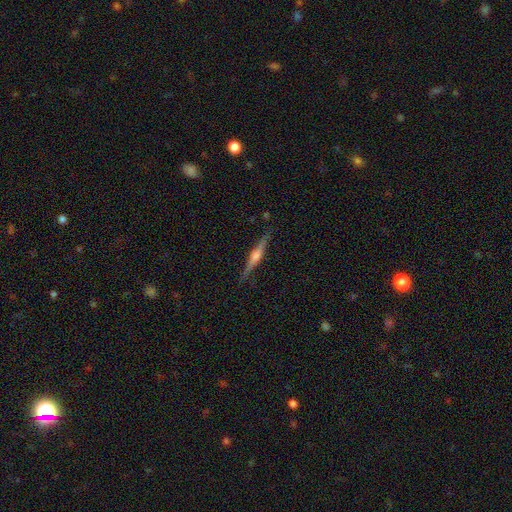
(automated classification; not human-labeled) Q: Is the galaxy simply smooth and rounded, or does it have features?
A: featured or disk — 77%.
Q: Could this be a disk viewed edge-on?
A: yes — 98%.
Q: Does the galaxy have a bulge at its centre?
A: rounded — 85%.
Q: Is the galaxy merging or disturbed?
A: none — 89%.